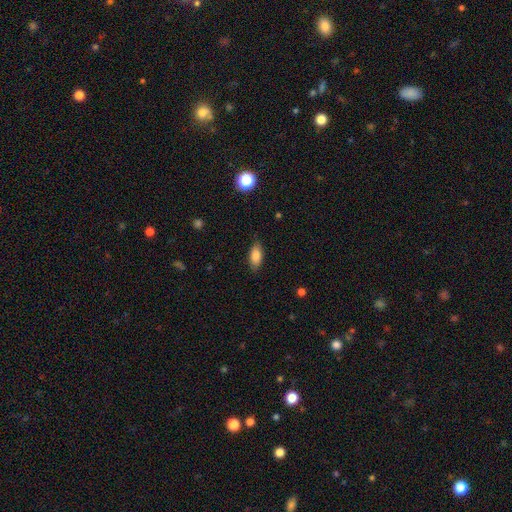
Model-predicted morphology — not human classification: Smooth or featured? Predicted: smooth (p=0.83). How rounded? Predicted: in between (p=0.85). Merging? Predicted: none (p=0.84).